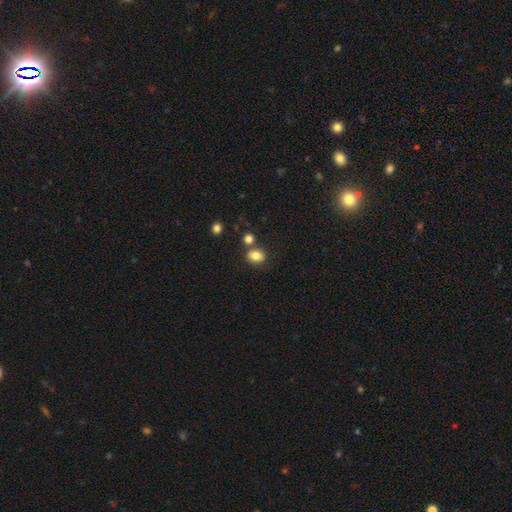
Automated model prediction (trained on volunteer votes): Morphology: type=smooth (82%); roundness=round (51%); merging=none (66%).